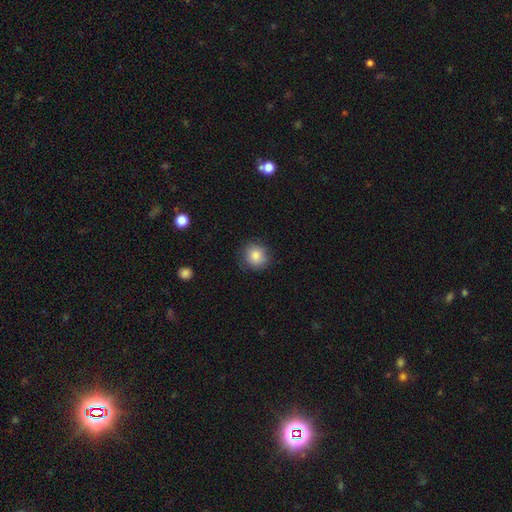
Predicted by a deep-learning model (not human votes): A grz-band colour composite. It shows a smooth galaxy with no disk features (86%) that is round (87%). Merging: none (82%).